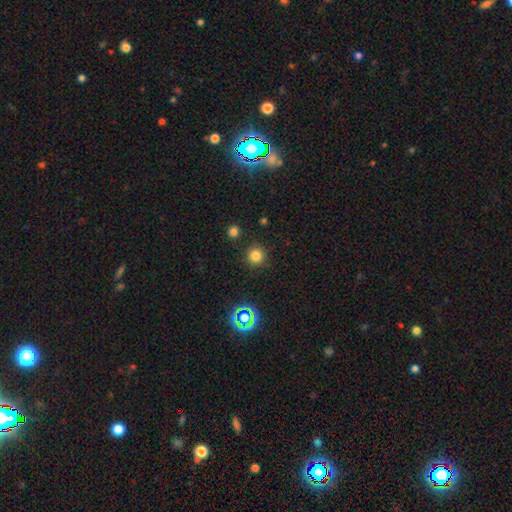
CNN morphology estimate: This appears to be a smooth galaxy with no disk features (79%) that is round (95%). Merging: none (89%).